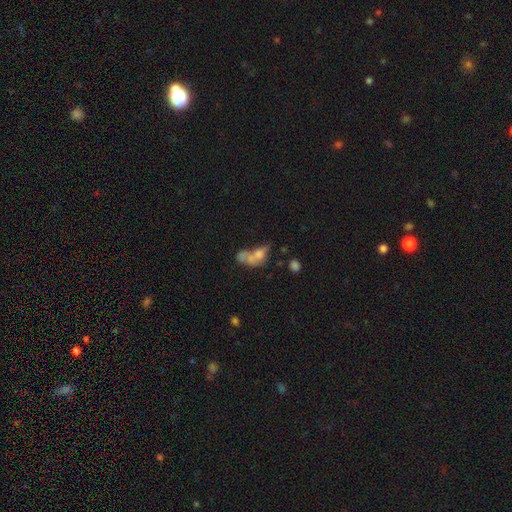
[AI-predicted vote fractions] smooth 58%, featured or disk 29%, star or artifact 13%. Down the decision tree: how rounded — in between (75%); merging — merger (57%).